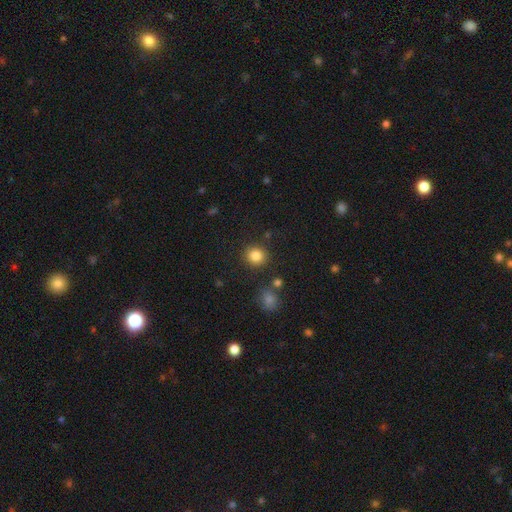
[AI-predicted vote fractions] This is clearly a smooth galaxy (85%). How rounded: clearly round (88%). Merging: clearly none (86%).